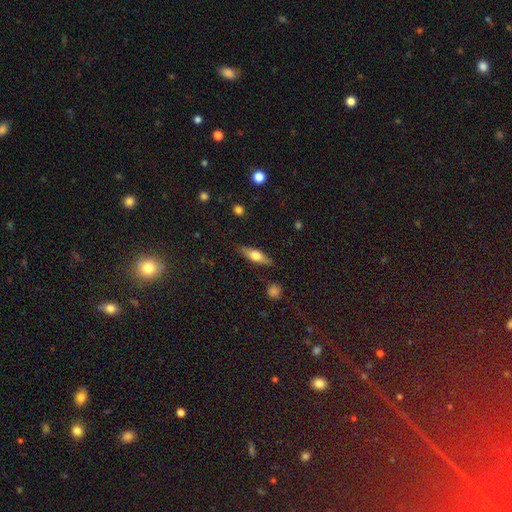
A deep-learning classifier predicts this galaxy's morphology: Smooth or featured: smooth — 54% (featured or disk — 40%)
How rounded: cigar-shaped — 52% (in between — 45%)
Merging: none — 85% (minor disturbance — 11%)